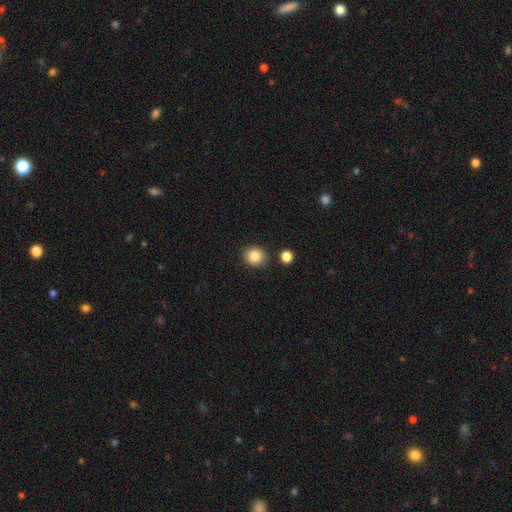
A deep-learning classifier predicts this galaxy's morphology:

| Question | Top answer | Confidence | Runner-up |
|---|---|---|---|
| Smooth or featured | smooth | 86% | star or artifact (9%) |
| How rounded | round | 84% | in between (16%) |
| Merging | none | 86% | minor disturbance (8%) |